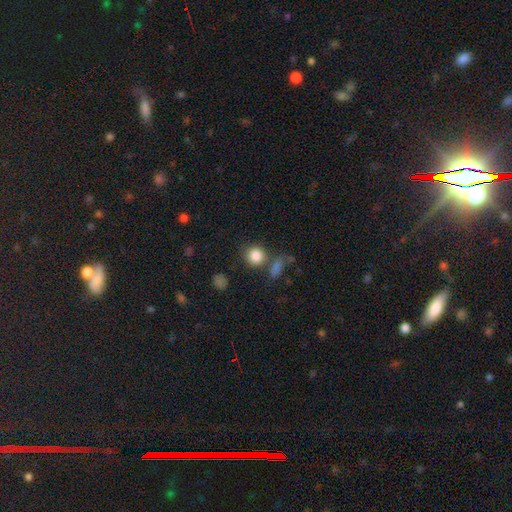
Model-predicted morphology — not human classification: Overall: smooth (84%). How rounded: round (84%). Merging: none (68%).